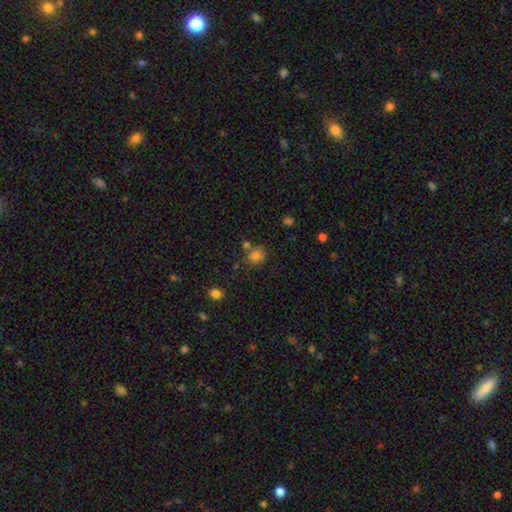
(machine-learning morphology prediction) A smooth galaxy with no disk features (80%) that is round (64%). Merging: none (60%).